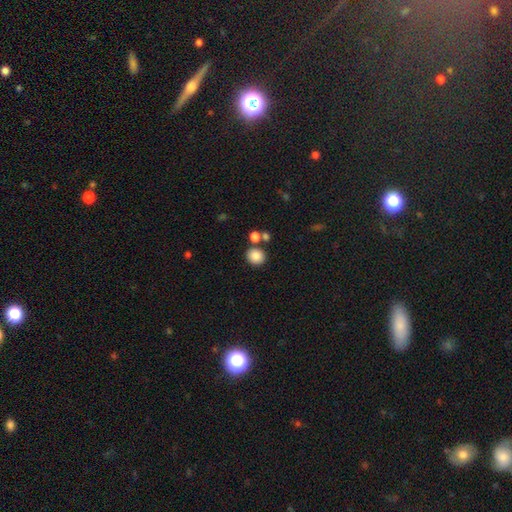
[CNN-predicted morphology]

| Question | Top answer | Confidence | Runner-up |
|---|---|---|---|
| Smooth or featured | smooth | 85% | star or artifact (10%) |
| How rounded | round | 82% | in between (18%) |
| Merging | none | 74% | merger (15%) |